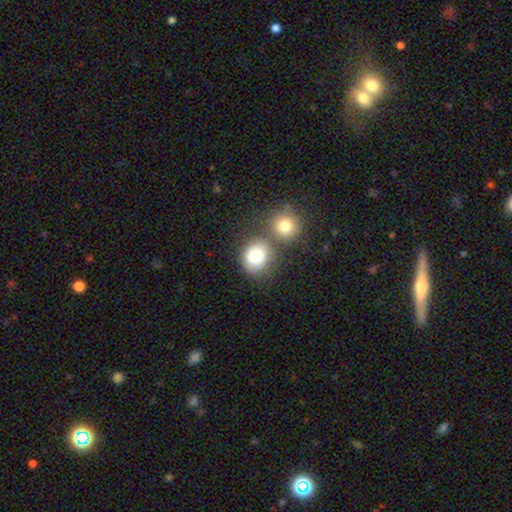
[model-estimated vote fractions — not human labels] Overall: smooth (80%). How rounded: round (68%; in between 31%). Merging: none (52%; merger 31%).